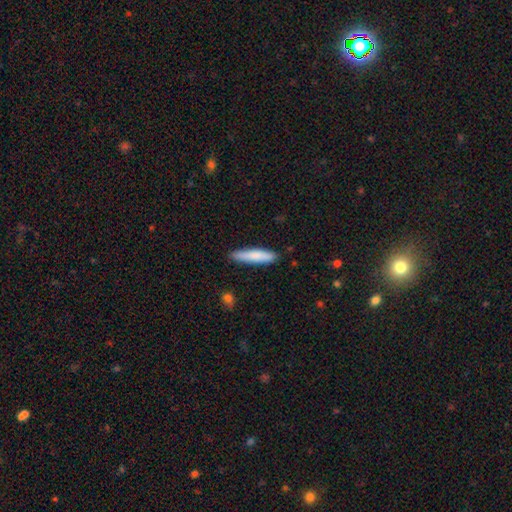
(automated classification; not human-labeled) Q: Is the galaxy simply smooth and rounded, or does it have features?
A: smooth — 81%.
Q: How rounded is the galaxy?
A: cigar-shaped — 82%.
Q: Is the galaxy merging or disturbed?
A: none — 87%.